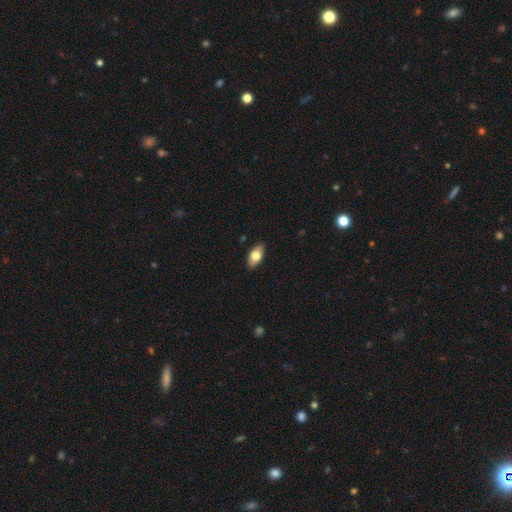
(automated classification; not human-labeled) Morphology: type=smooth (74%); roundness=in between (90%); merging=none (88%).